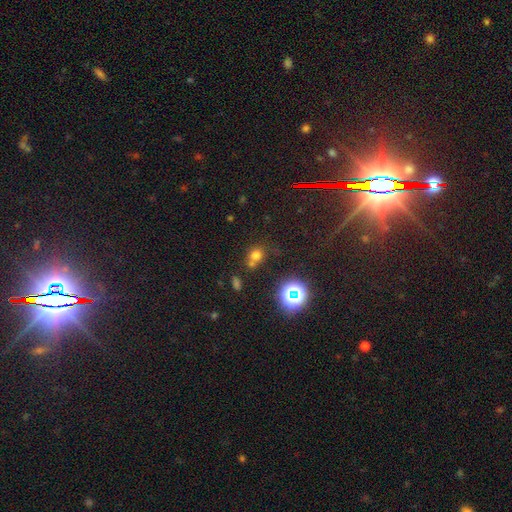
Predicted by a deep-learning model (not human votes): Smooth or featured?
  - smooth: 65% *
  - star or artifact: 26%
  - featured or disk: 9%
How rounded?
  - round: 76% *
  - in between: 23%
  - cigar-shaped: 1%
Merging?
  - none: 53% *
  - merger: 31%
  - minor disturbance: 11%
  - major disturbance: 5%